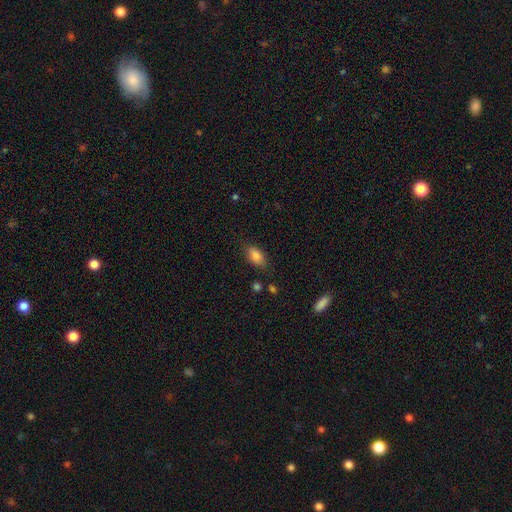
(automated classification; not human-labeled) Smooth or featured: smooth — 84% (star or artifact — 8%)
How rounded: in between — 89% (round — 6%)
Merging: none — 79% (minor disturbance — 15%)